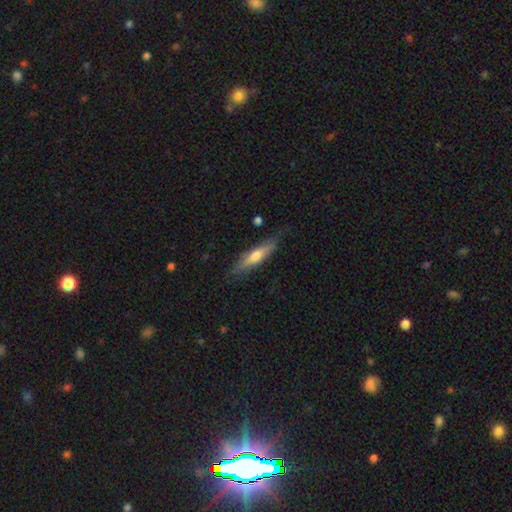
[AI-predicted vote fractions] smooth_or_featured: smooth (p=0.49) [alt: featured or disk p=0.45]
merging: none (p=0.77) [alt: minor disturbance p=0.18]